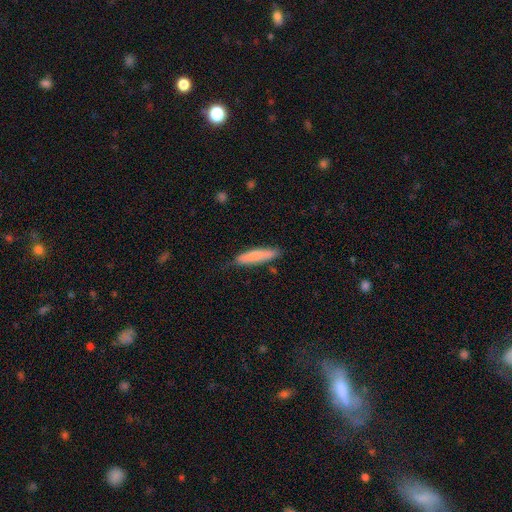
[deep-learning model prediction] smooth_or_featured: smooth (p=0.79) [alt: featured or disk p=0.15]
how_rounded: cigar-shaped (p=0.81) [alt: in between p=0.17]
merging: none (p=0.77) [alt: minor disturbance p=0.18]